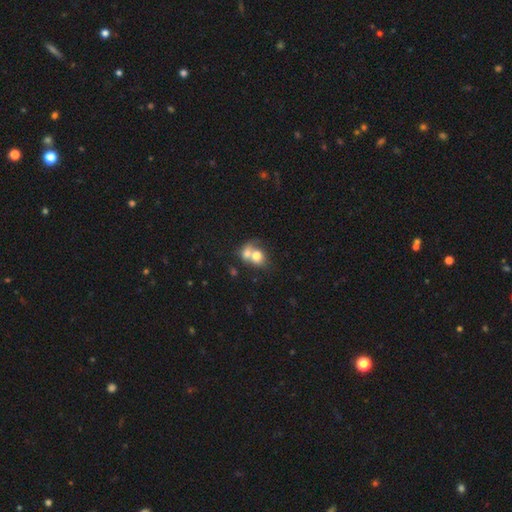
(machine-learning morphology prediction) This is likely a smooth galaxy (69%). How rounded: possibly round (51%). Merging: likely merger (70%).